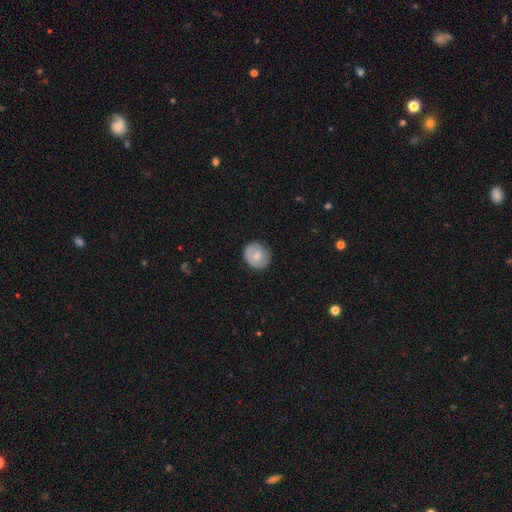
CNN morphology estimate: A smooth galaxy with no disk features (64%) that is round (83%).

Vote fractions:
- Smooth or featured? smooth: 64% / featured or disk: 29% / star or artifact: 7%
- How rounded? round: 83% / in between: 16% / cigar-shaped: 1%
- Merging? none: 79% / minor disturbance: 16% / major disturbance: 4% / merger: 1%